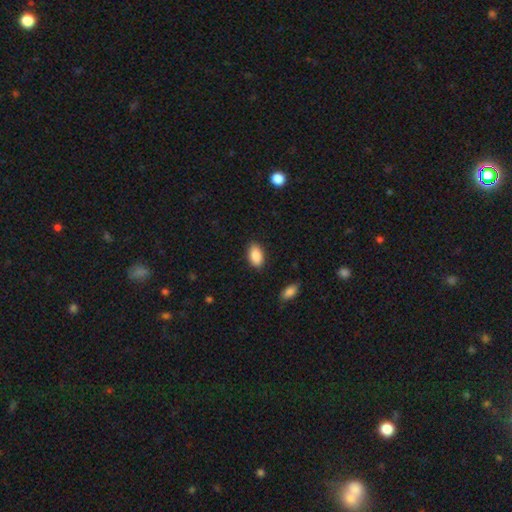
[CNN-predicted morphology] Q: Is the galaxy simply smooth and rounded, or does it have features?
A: smooth — 88%.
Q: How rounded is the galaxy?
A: in between — 93%.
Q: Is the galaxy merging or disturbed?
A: none — 86%.